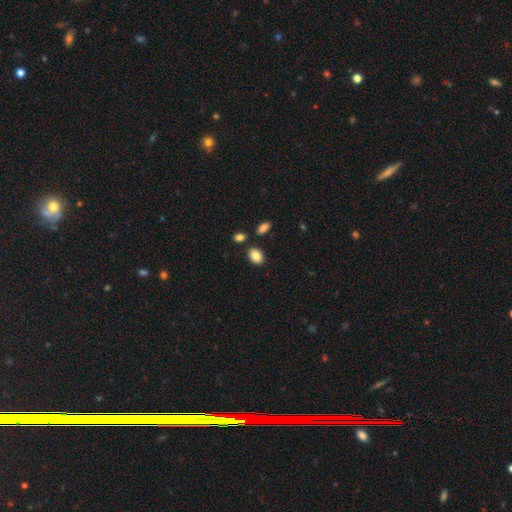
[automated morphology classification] smooth_or_featured: smooth (p=0.85) [alt: star or artifact p=0.08]
how_rounded: in between (p=0.78) [alt: round p=0.20]
merging: none (p=0.81) [alt: minor disturbance p=0.10]